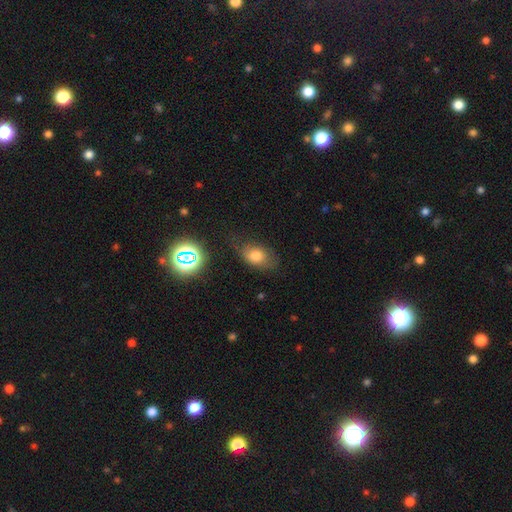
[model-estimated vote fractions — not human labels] This is likely a smooth galaxy (73%). How rounded: likely in between (78%). Merging: likely none (63%).